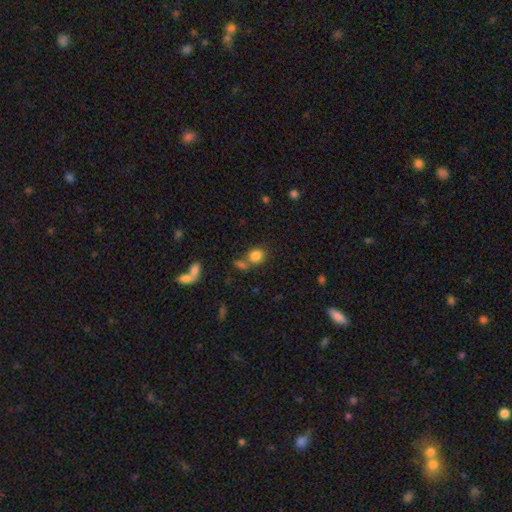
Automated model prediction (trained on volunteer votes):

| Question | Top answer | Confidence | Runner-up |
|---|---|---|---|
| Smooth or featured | smooth | 83% | star or artifact (11%) |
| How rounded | round | 77% | in between (22%) |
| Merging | none | 61% | merger (23%) |